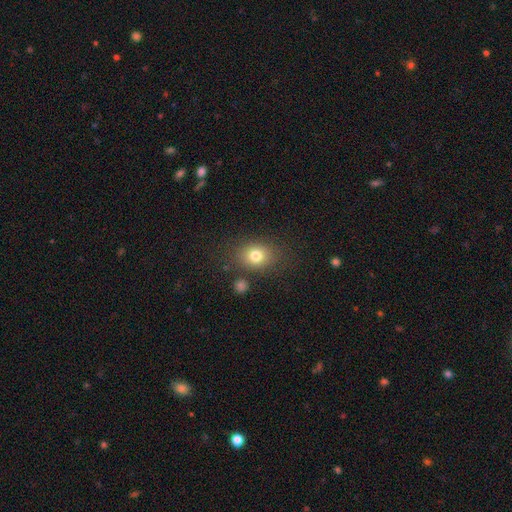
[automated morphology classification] This is likely a smooth galaxy (78%). How rounded: possibly in between (55%). Merging: likely none (78%).